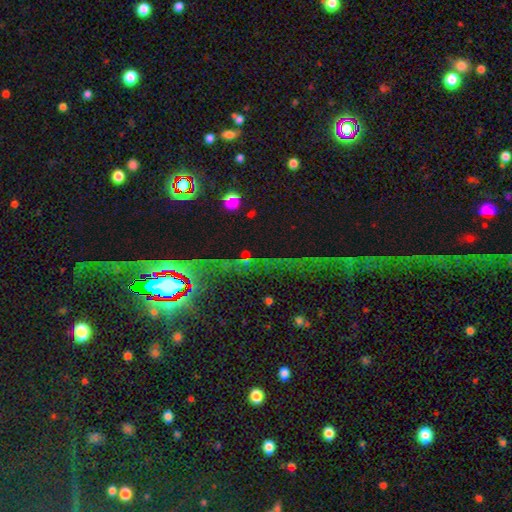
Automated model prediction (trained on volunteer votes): This appears to be a star or artifact, not a galaxy (69%).